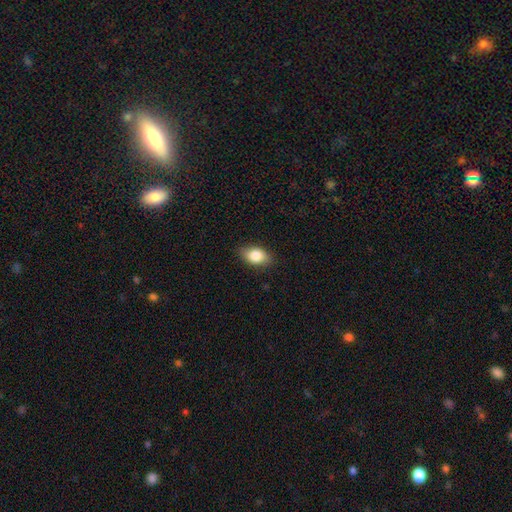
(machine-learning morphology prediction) This appears to be a smooth galaxy with no disk features (83%) that is in between round and cigar-shaped (86%). Merging: none (85%).